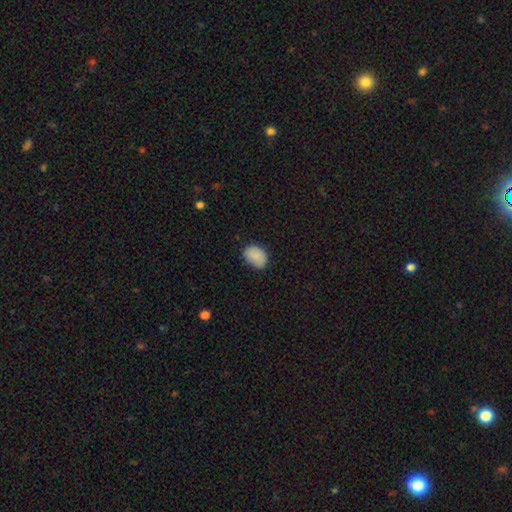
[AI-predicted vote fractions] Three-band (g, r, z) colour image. It shows a smooth galaxy with no disk features (87%) that is in between round and cigar-shaped (76%). Merging: none (78%).